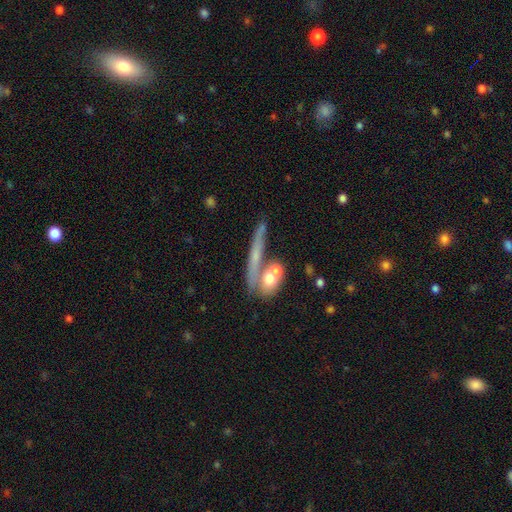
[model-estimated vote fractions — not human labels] Morphology: type=featured or disk (46%); merging=none (46%).